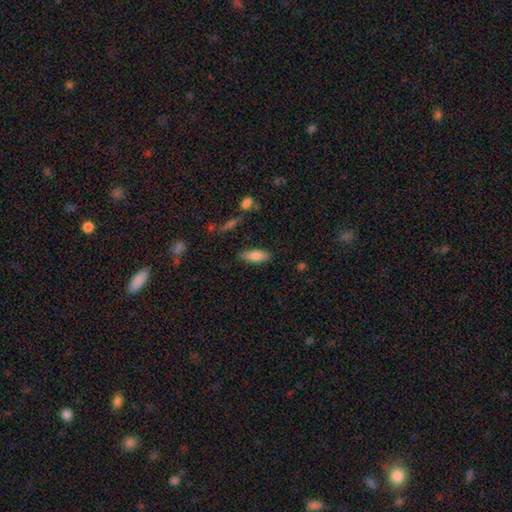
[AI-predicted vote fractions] smooth_or_featured: smooth (p=0.82) [alt: featured or disk p=0.11]
how_rounded: in between (p=0.74) [alt: cigar-shaped p=0.24]
merging: none (p=0.82) [alt: minor disturbance p=0.13]